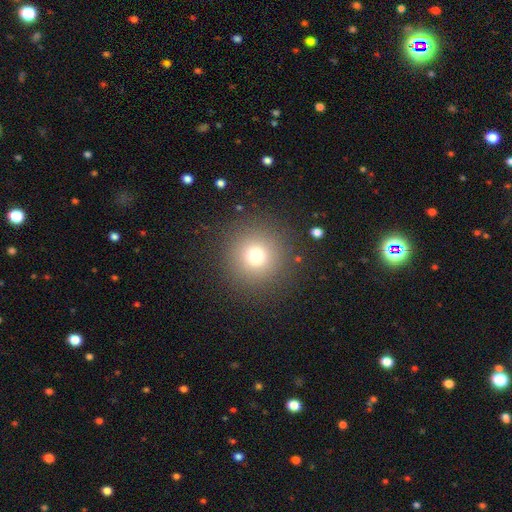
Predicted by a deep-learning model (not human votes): Q: Smooth or featured?
A: smooth (76%); runner-up: star or artifact (15%)
Q: How rounded?
A: round (95%); runner-up: in between (4%)
Q: Merging?
A: none (89%); runner-up: minor disturbance (6%)